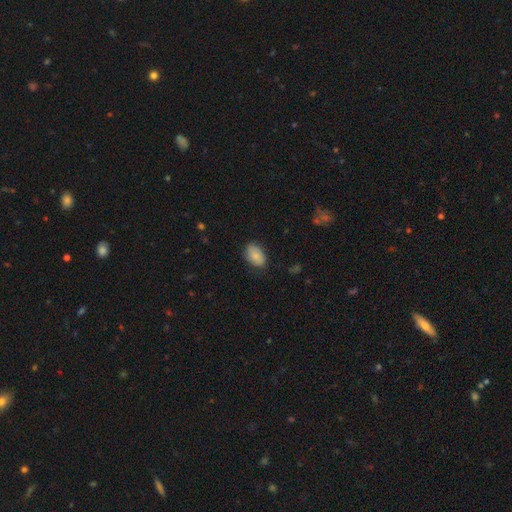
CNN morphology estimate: This is clearly a smooth galaxy (83%). How rounded: clearly in between (91%). Merging: likely none (76%).